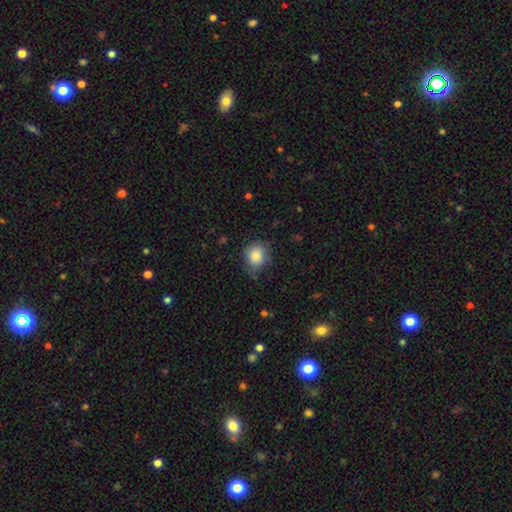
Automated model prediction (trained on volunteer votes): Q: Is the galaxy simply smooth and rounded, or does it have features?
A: smooth — 84%.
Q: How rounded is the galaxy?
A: round — 73%.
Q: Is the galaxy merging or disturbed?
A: none — 67%.